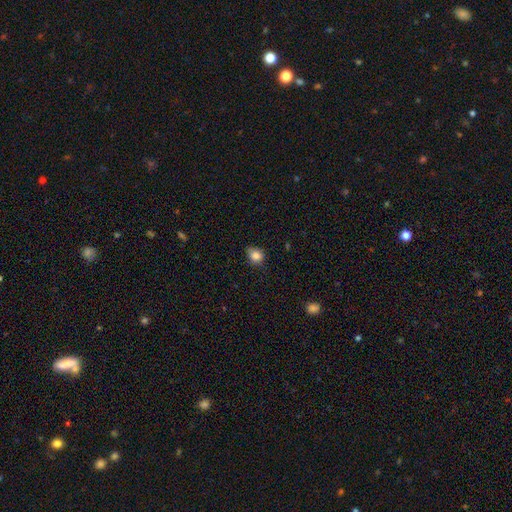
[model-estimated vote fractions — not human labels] smooth_or_featured: smooth (p=0.84) [alt: star or artifact p=0.10]
how_rounded: round (p=0.66) [alt: in between p=0.33]
merging: none (p=0.68) [alt: minor disturbance p=0.26]